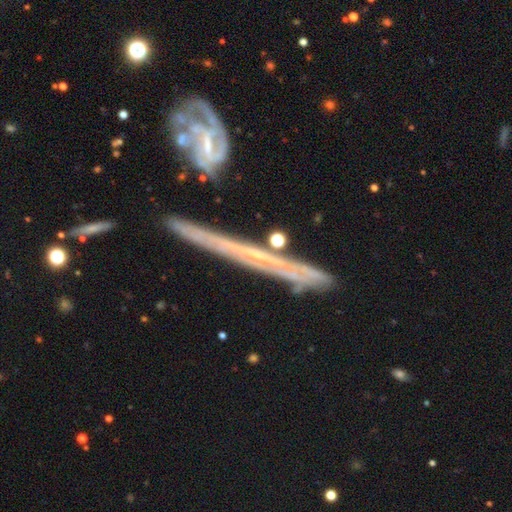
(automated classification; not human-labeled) Smooth or featured?
  - featured or disk: 67% *
  - smooth: 21%
  - star or artifact: 12%
Edge-on disk?
  - yes: 85% *
  - no: 15%
Edge-on bulge?
  - none: 79% *
  - rounded: 16%
  - boxy: 5%
Merging?
  - none: 69% *
  - minor disturbance: 15%
  - merger: 11%
  - major disturbance: 5%